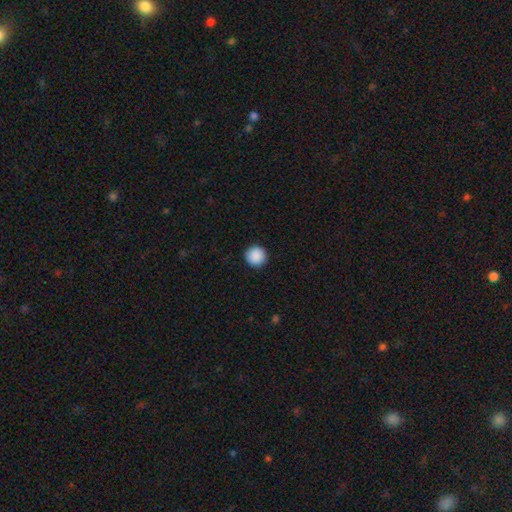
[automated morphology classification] smooth-or-featured: smooth: 90% | star or artifact: 8% | featured or disk: 2%
  how-rounded: round: 96% | in between: 3% | cigar-shaped: 1%
  merging: none: 93% | minor disturbance: 5% | major disturbance: 2% | merger: 1%